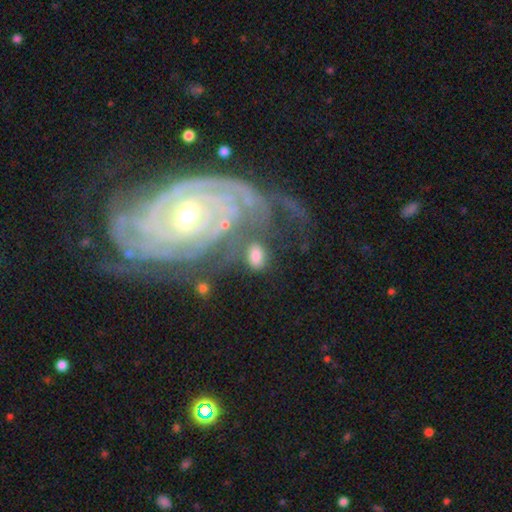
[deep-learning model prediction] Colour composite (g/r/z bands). It shows a smooth galaxy with no disk features (64%) that is in between round and cigar-shaped (83%). Merging: none (57%).